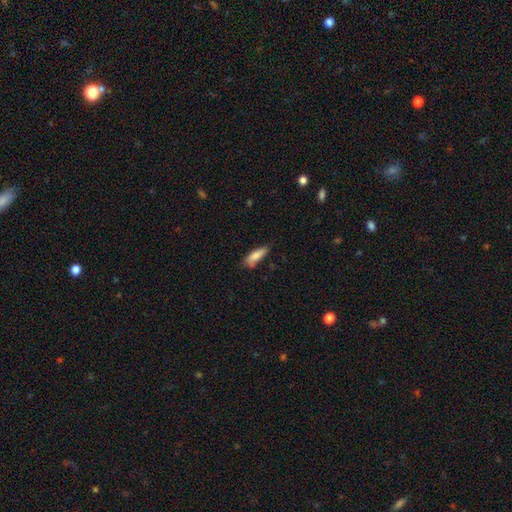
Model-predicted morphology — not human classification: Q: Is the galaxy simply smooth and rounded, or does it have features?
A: smooth — 82%.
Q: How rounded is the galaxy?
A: in between — 52%.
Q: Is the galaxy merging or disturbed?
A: none — 62%.